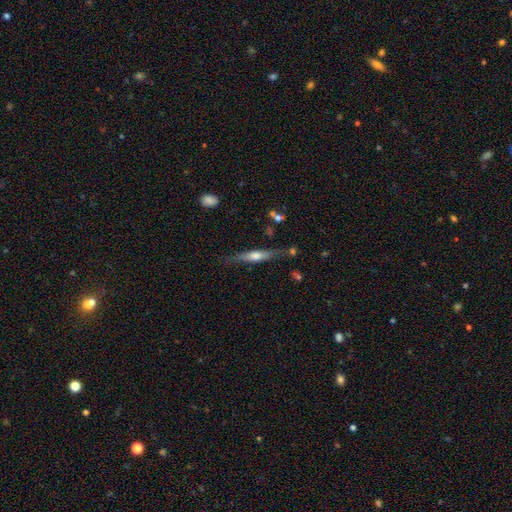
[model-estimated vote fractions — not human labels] Smooth or featured: featured or disk — 60% (smooth — 33%)
Edge-on disk: yes — 93% (no — 7%)
Edge-on bulge: rounded — 77% (boxy — 13%)
Merging: none — 77% (minor disturbance — 16%)